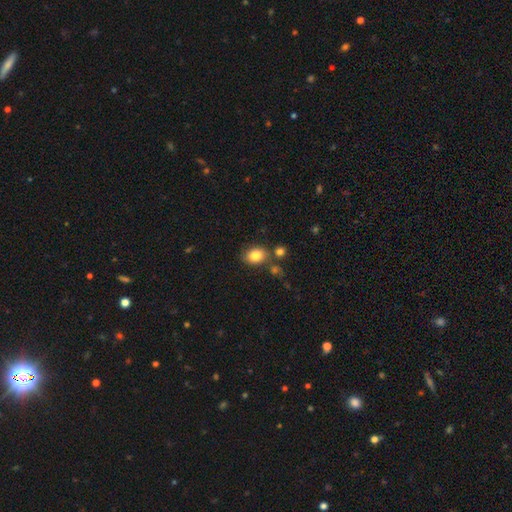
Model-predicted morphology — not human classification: smooth-or-featured: smooth: 82% | star or artifact: 9% | featured or disk: 9%
  how-rounded: in between: 61% | round: 38% | cigar-shaped: 1%
  merging: none: 72% | minor disturbance: 13% | merger: 11% | major disturbance: 4%